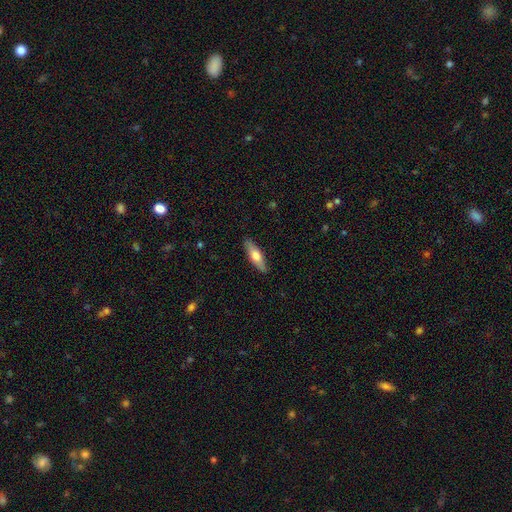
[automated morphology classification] smooth-or-featured: smooth: 59% | featured or disk: 35% | star or artifact: 5%
  how-rounded: cigar-shaped: 52% | in between: 45% | round: 2%
  merging: none: 88% | minor disturbance: 9% | major disturbance: 2% | merger: 1%